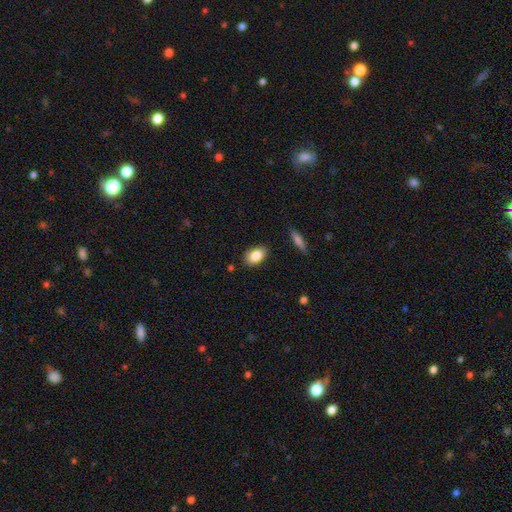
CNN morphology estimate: type=smooth (85%); roundness=in between (89%); merging=none (85%).